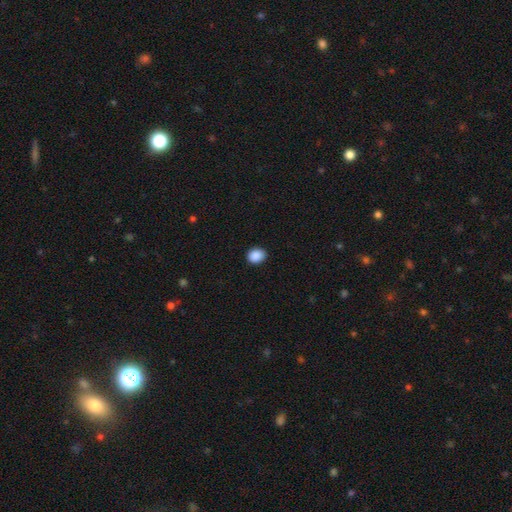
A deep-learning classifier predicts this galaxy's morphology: A smooth galaxy with no disk features (89%) that is round (61%). Merging: none (90%).